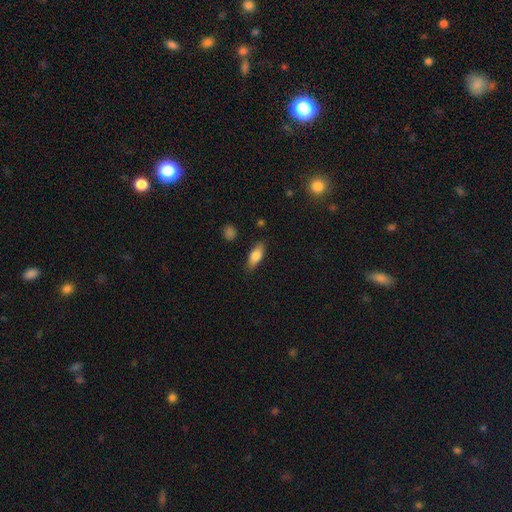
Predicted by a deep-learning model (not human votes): This is likely a smooth galaxy (77%). How rounded: likely in between (77%). Merging: clearly none (85%).